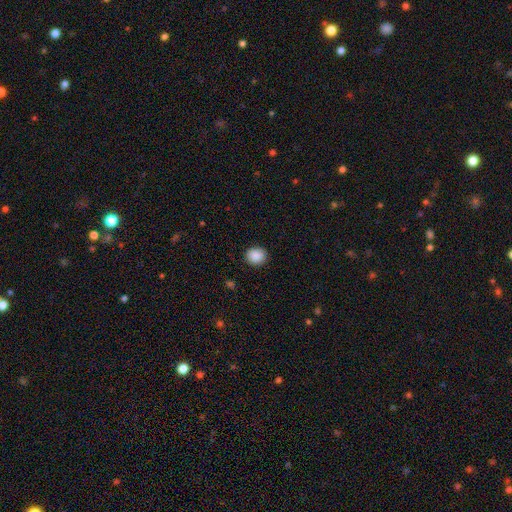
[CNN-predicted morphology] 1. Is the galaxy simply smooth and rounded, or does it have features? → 89% smooth, 8% star or artifact, 3% featured or disk.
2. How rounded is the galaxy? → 75% round, 24% in between, 1% cigar-shaped.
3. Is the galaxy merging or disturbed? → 89% none, 8% minor disturbance, 2% major disturbance, 1% merger.